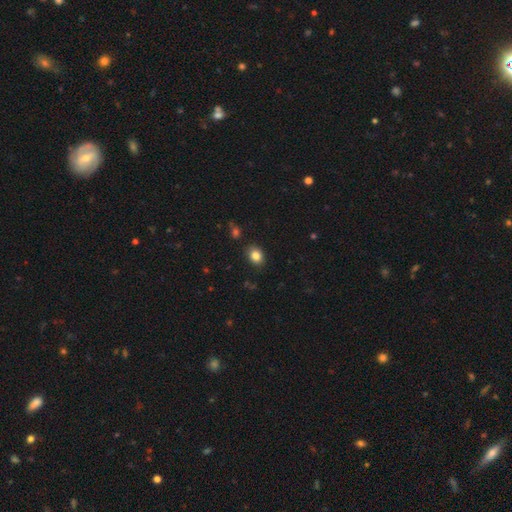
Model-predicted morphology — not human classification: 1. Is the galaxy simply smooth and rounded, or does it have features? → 84% smooth, 10% star or artifact, 6% featured or disk.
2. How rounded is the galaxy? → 58% in between, 41% round, 1% cigar-shaped.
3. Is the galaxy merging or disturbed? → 86% none, 10% minor disturbance, 2% major disturbance, 2% merger.